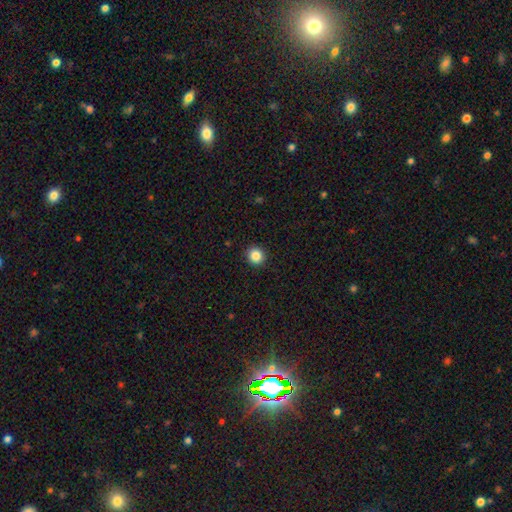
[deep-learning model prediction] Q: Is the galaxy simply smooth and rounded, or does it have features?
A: smooth — 85%.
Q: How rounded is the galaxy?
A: round — 92%.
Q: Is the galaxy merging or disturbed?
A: none — 93%.